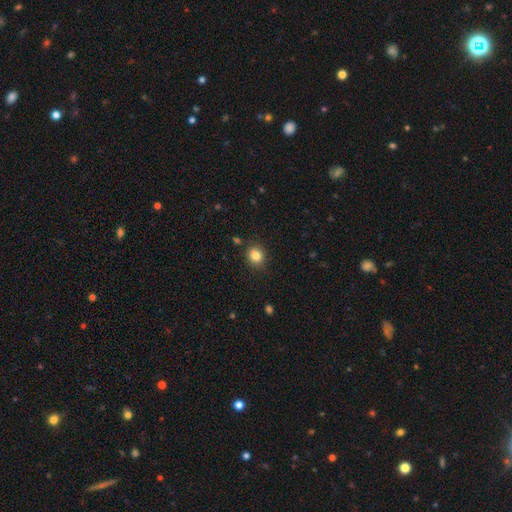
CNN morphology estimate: This is clearly a smooth galaxy (84%). How rounded: likely round (74%). Merging: clearly none (86%).